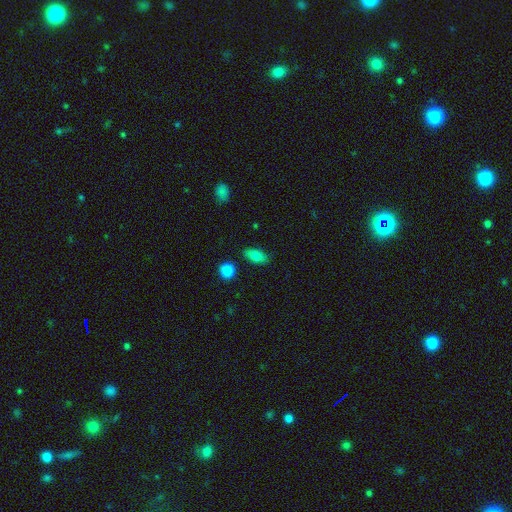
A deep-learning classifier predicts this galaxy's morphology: A smooth galaxy with no disk features (81%) that is in between round and cigar-shaped (86%).

Vote fractions:
- Smooth or featured? smooth: 81% / featured or disk: 11% / star or artifact: 8%
- How rounded? in between: 86% / cigar-shaped: 8% / round: 6%
- Merging? none: 85% / minor disturbance: 10% / merger: 2% / major disturbance: 2%